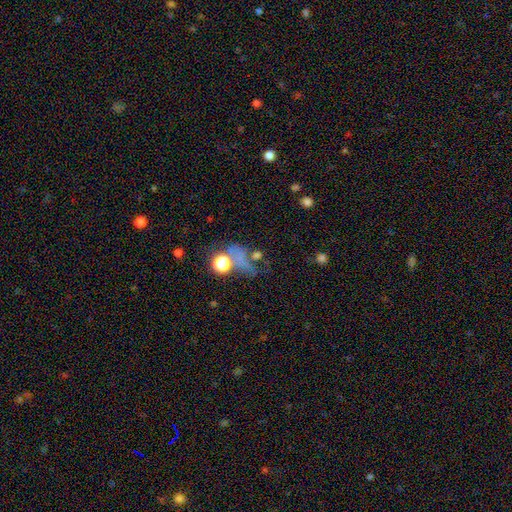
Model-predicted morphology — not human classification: This appears to be a smooth galaxy with no disk features (43%). Merging: none (36%).